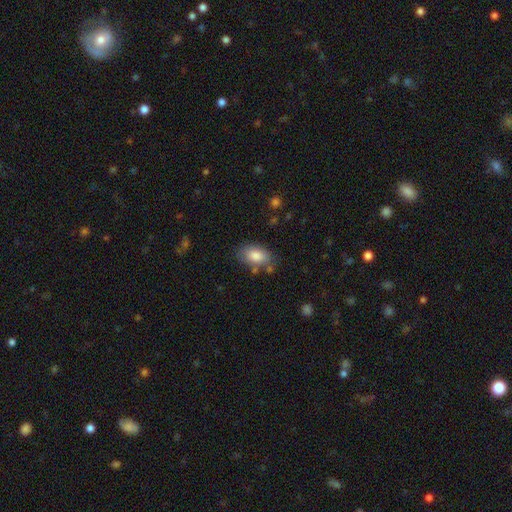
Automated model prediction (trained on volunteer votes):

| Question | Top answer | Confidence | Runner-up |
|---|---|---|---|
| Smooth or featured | smooth | 84% | featured or disk (9%) |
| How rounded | in between | 92% | round (6%) |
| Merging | none | 74% | minor disturbance (16%) |